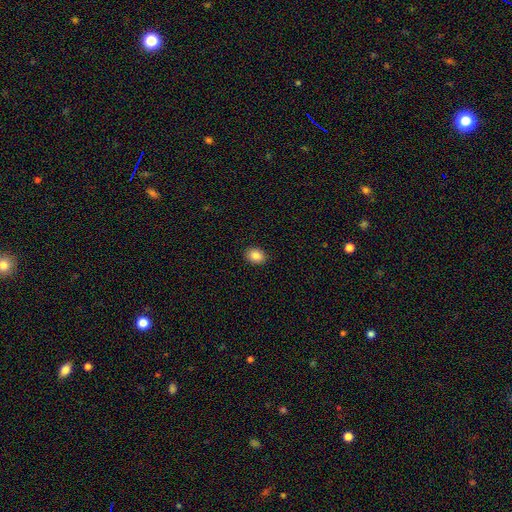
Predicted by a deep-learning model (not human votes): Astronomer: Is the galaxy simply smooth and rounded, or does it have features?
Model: smooth — 86%.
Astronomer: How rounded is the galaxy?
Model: in between — 68%.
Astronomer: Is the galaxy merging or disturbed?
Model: none — 90%.